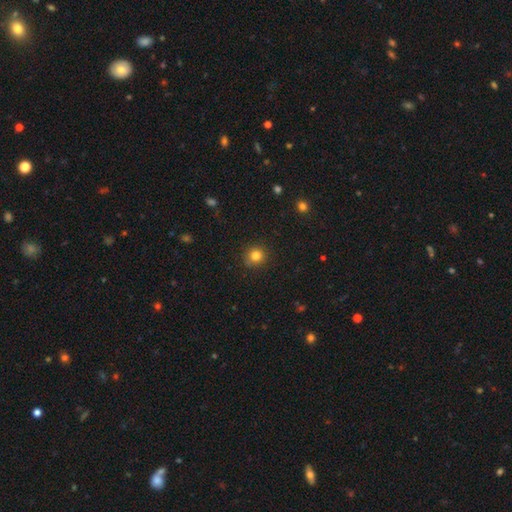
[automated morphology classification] type=smooth (82%); roundness=round (89%); merging=none (88%).